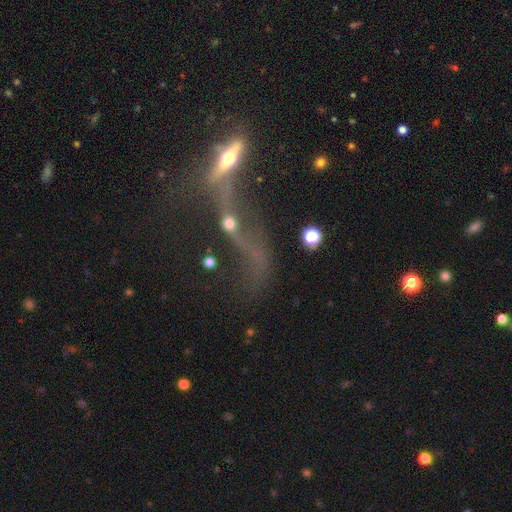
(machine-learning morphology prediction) Q: Smooth or featured?
A: featured or disk (56%); runner-up: smooth (24%)
Q: Edge-on disk?
A: no (59%); runner-up: yes (41%)
Q: Merging?
A: merger (47%); runner-up: major disturbance (26%)